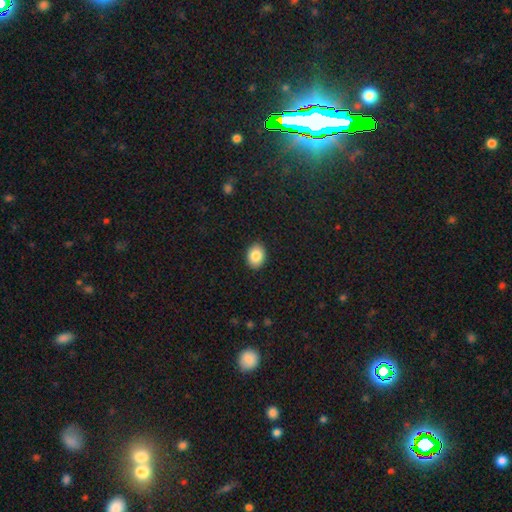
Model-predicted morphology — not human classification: Smooth or featured? Predicted: smooth (p=0.86). How rounded? Predicted: in between (p=0.60). Merging? Predicted: none (p=0.91).